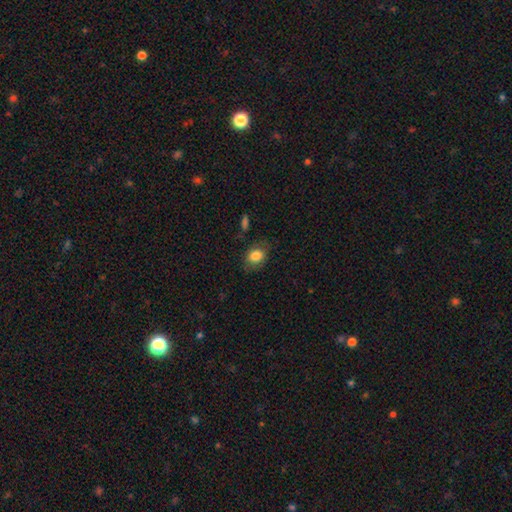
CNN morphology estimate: smooth-or-featured: smooth: 83% | featured or disk: 9% | star or artifact: 8%
  how-rounded: in between: 62% | round: 37% | cigar-shaped: 1%
  merging: none: 75% | minor disturbance: 17% | major disturbance: 6% | merger: 2%